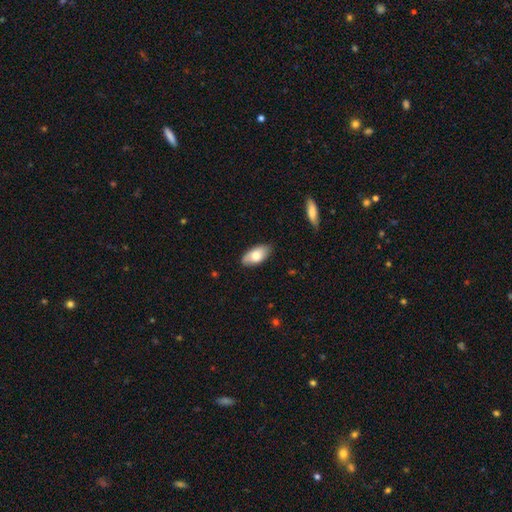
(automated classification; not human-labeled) Smooth or featured? Predicted: smooth (p=0.74). How rounded? Predicted: in between (p=0.93). Merging? Predicted: none (p=0.81).